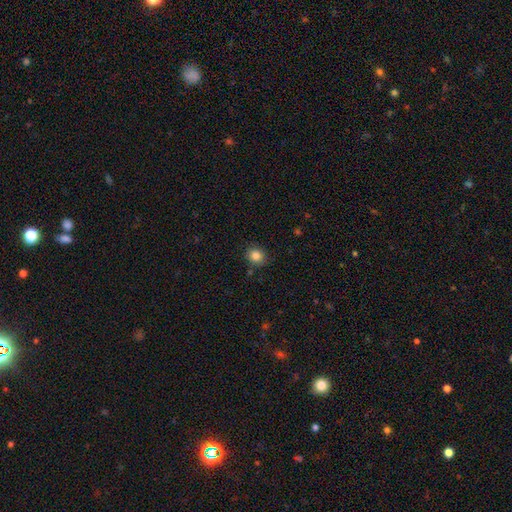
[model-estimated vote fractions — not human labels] Smooth or featured? smooth (84%)
How rounded? round (78%)
Merging? none (86%)